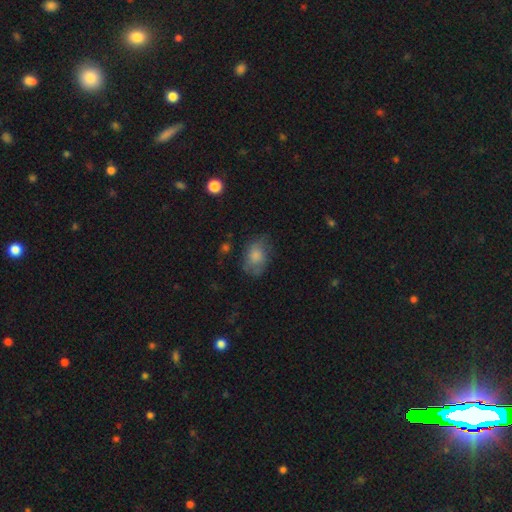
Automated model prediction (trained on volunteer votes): Q: Smooth or featured?
A: smooth (74%); runner-up: featured or disk (18%)
Q: How rounded?
A: in between (79%); runner-up: round (20%)
Q: Merging?
A: none (59%); runner-up: minor disturbance (27%)